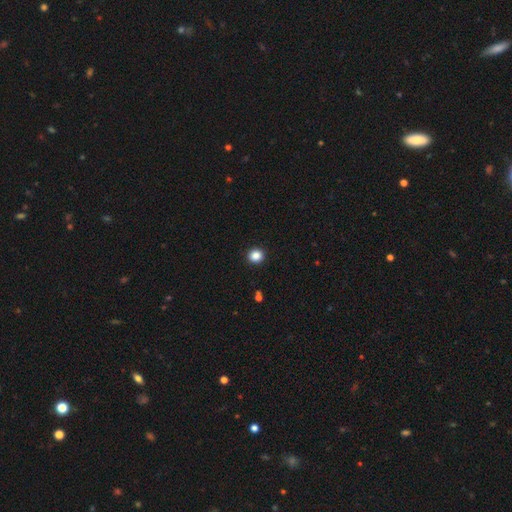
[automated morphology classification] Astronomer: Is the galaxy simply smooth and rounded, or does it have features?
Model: smooth — 86%.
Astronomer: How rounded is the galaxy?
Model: round — 88%.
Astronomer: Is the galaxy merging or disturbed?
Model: none — 93%.